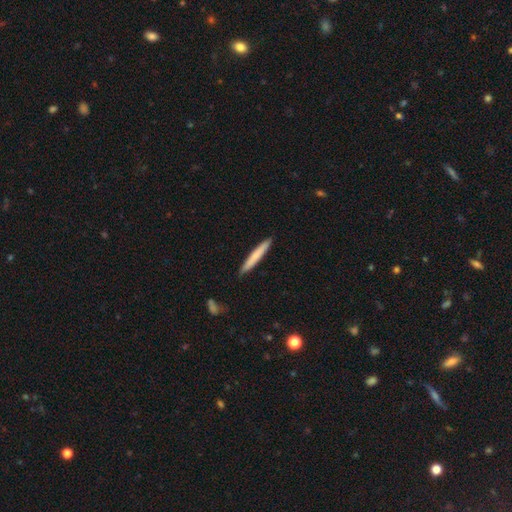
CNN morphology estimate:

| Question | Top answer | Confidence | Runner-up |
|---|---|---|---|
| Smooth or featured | smooth | 70% | featured or disk (25%) |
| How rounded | cigar-shaped | 95% | in between (3%) |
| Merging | none | 89% | minor disturbance (8%) |